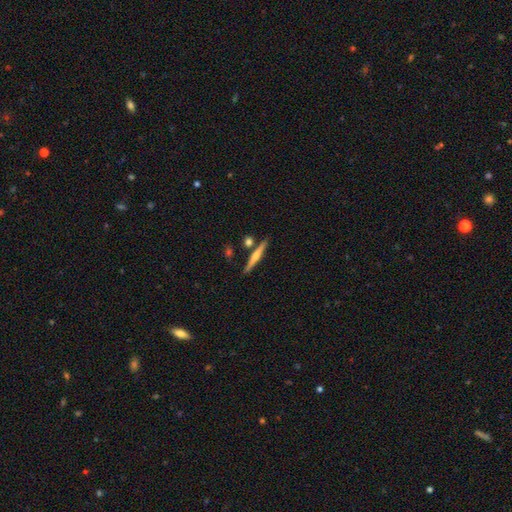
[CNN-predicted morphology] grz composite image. It shows a featured or disk galaxy (51%) viewed edge-on (97%). Merging: none (82%).